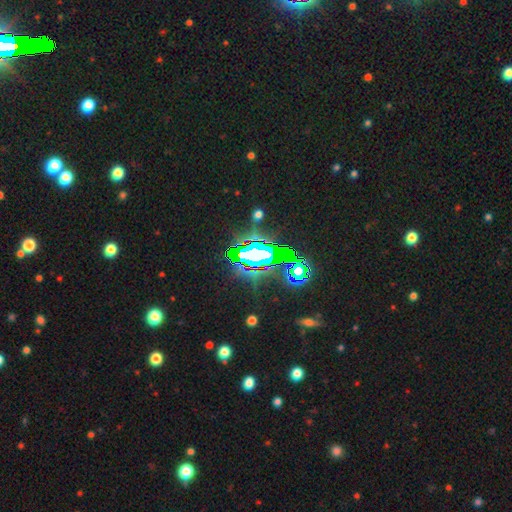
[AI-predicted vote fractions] Smooth or featured? Predicted: star or artifact (p=0.73).